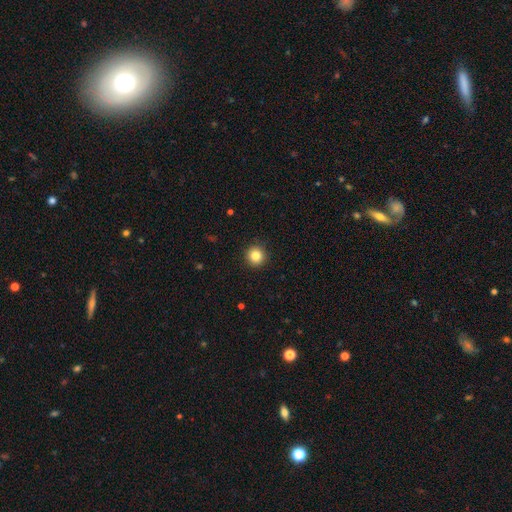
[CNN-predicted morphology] The model was most divided on "smooth or featured": smooth: 83%, star or artifact: 11%, featured or disk: 6%. More confident: how rounded — round (95%); merging — none (93%).